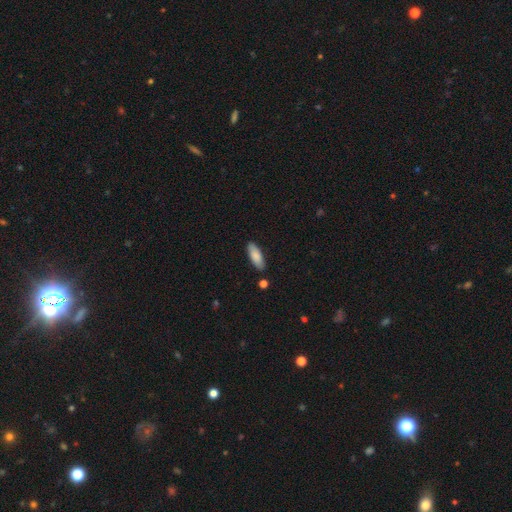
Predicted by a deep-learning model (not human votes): A smooth galaxy with no disk features (85%) that is in between round and cigar-shaped (66%).

Vote fractions:
- Smooth or featured? smooth: 85% / featured or disk: 9% / star or artifact: 6%
- How rounded? in between: 66% / cigar-shaped: 32% / round: 2%
- Merging? none: 85% / minor disturbance: 10% / merger: 3% / major disturbance: 2%